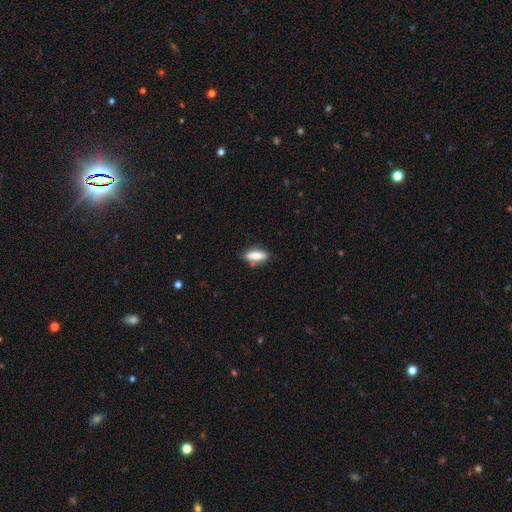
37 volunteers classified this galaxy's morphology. smooth-or-featured: smooth: 70% | featured or disk: 22% | star or artifact: 8%
  how-rounded: cigar-shaped: 58% | in between: 42% | round: 0%
  merging: none: 65% | minor disturbance: 24% | major disturbance: 6% | merger: 6%